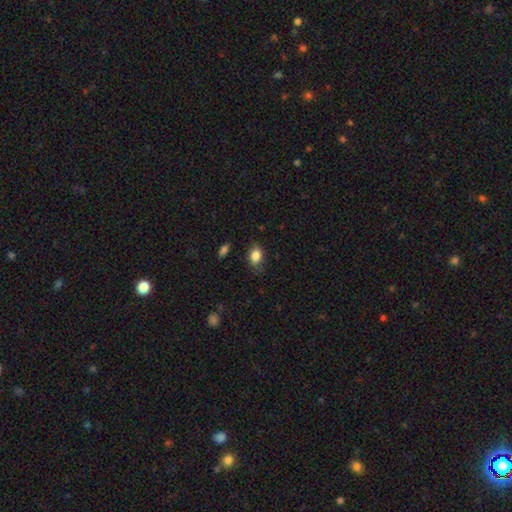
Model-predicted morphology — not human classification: Q: Smooth or featured?
A: smooth (86%); runner-up: star or artifact (9%)
Q: How rounded?
A: in between (79%); runner-up: round (19%)
Q: Merging?
A: none (77%); runner-up: minor disturbance (18%)